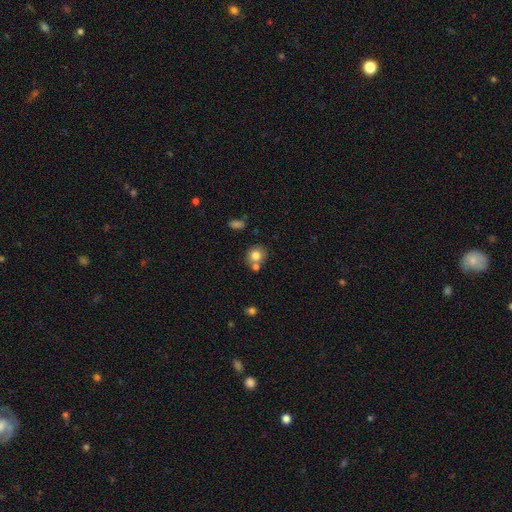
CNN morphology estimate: A smooth galaxy with no disk features (79%) that is round (81%).

Vote fractions:
- Smooth or featured? smooth: 79% / star or artifact: 11% / featured or disk: 10%
- How rounded? round: 81% / in between: 18% / cigar-shaped: 1%
- Merging? none: 58% / merger: 29% / minor disturbance: 10% / major disturbance: 3%